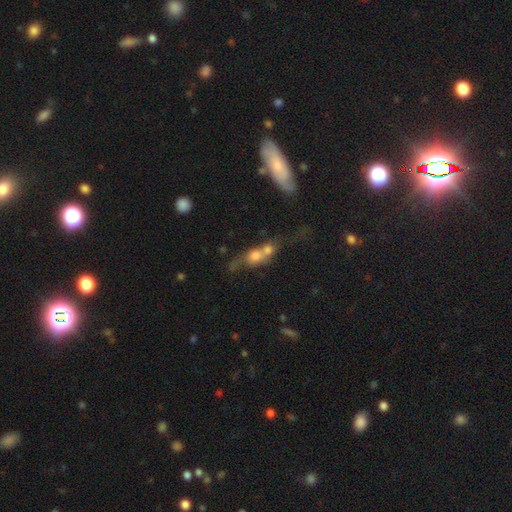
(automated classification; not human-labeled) Smooth or featured? smooth (54%)
How rounded? in between (43%)
Merging? merger (66%)